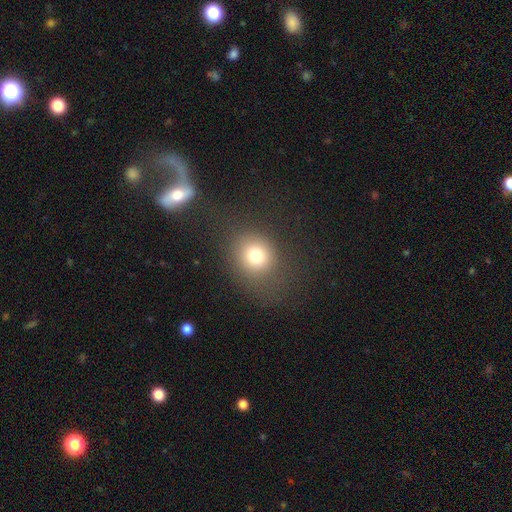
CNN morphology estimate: A smooth galaxy with no disk features (75%) that is round (73%). Merging: none (75%).